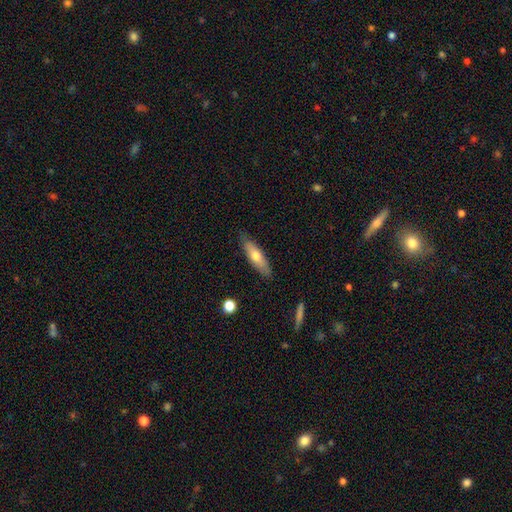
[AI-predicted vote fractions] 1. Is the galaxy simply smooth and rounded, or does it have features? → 63% smooth, 31% featured or disk, 6% star or artifact.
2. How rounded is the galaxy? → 55% cigar-shaped, 43% in between, 2% round.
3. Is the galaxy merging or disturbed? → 83% none, 13% minor disturbance, 2% major disturbance, 1% merger.